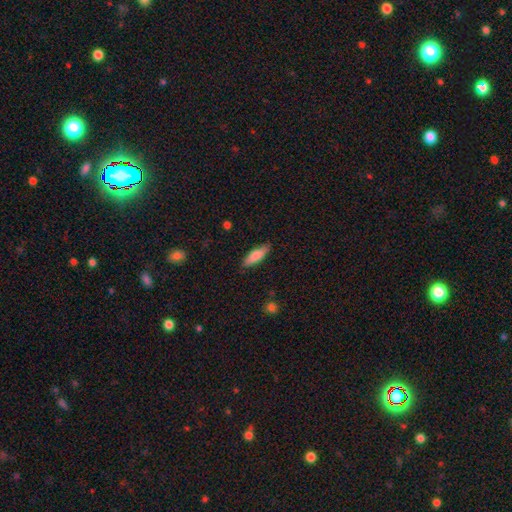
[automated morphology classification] Smooth or featured?
  - smooth: 78% *
  - featured or disk: 16%
  - star or artifact: 6%
How rounded?
  - cigar-shaped: 51% *
  - in between: 47%
  - round: 2%
Merging?
  - none: 85% *
  - minor disturbance: 11%
  - major disturbance: 2%
  - merger: 1%